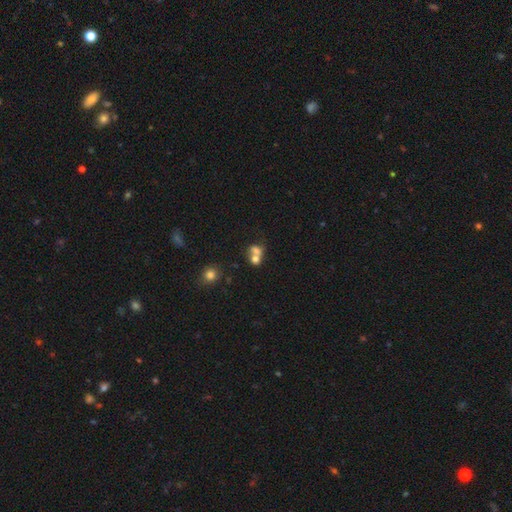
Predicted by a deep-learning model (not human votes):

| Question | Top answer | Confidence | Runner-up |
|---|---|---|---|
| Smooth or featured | smooth | 68% | featured or disk (19%) |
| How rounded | round | 60% | in between (38%) |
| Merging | merger | 66% | none (23%) |